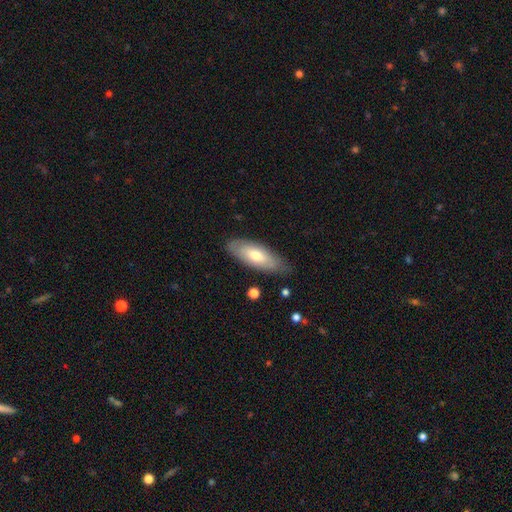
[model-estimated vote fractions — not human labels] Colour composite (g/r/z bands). It shows a smooth galaxy with no disk features (64%) that is in between round and cigar-shaped (74%). Merging: none (78%).